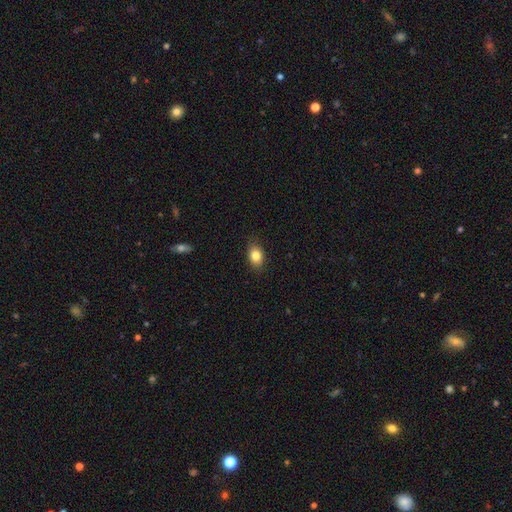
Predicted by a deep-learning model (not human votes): smooth 83%, star or artifact 9%, featured or disk 8%. Down the decision tree: how rounded — in between (77%); merging — none (86%).